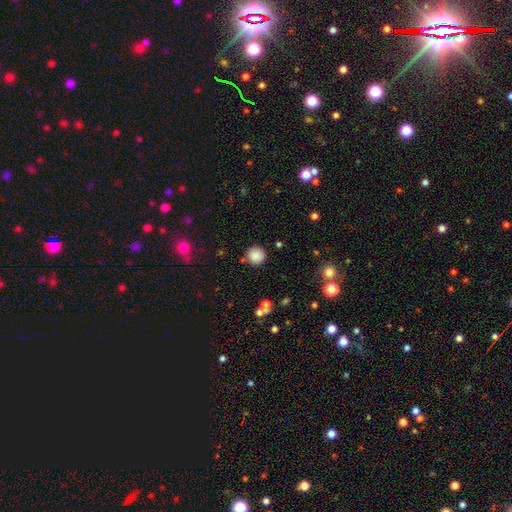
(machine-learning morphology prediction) Smooth or featured? Predicted: smooth (p=0.84). How rounded? Predicted: round (p=0.93). Merging? Predicted: none (p=0.85).